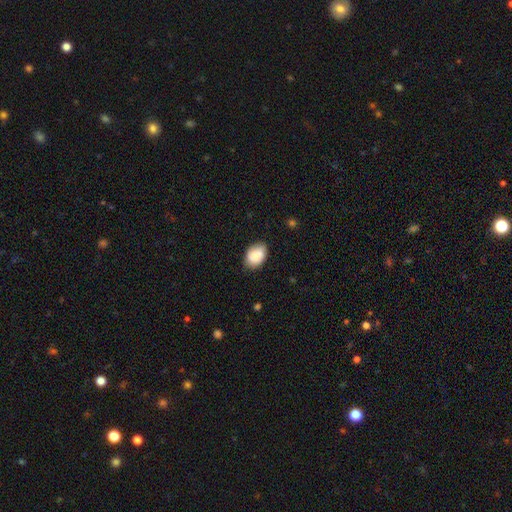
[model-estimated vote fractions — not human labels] Overall: smooth (81%). How rounded: in between (79%). Merging: none (75%).